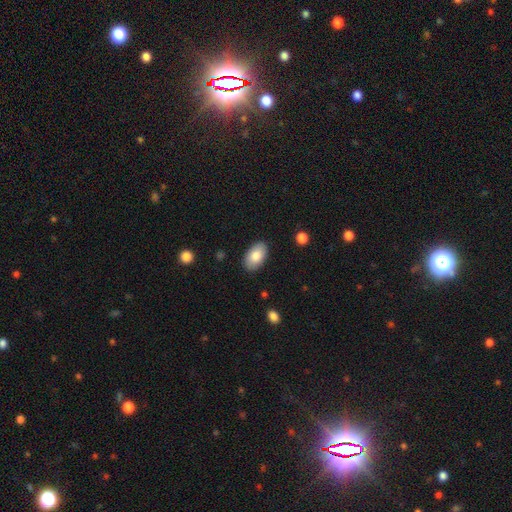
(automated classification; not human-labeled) Q: Smooth or featured?
A: smooth (82%); runner-up: featured or disk (12%)
Q: How rounded?
A: in between (94%); runner-up: round (5%)
Q: Merging?
A: none (86%); runner-up: minor disturbance (10%)